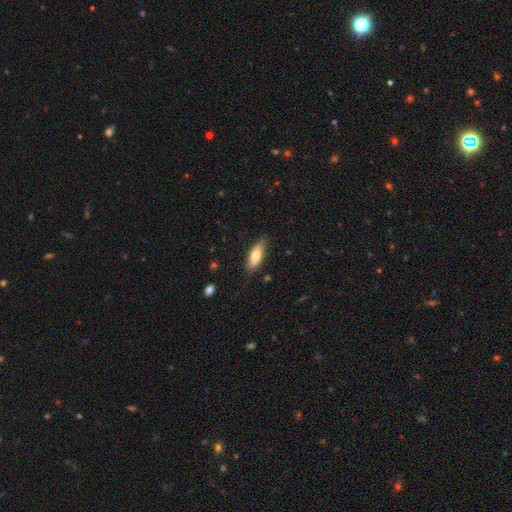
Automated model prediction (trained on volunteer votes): A smooth galaxy with no disk features (71%) that is in between round and cigar-shaped (71%).

Vote fractions:
- Smooth or featured? smooth: 71% / featured or disk: 23% / star or artifact: 6%
- How rounded? in between: 71% / cigar-shaped: 27% / round: 2%
- Merging? none: 80% / minor disturbance: 16% / major disturbance: 3% / merger: 1%